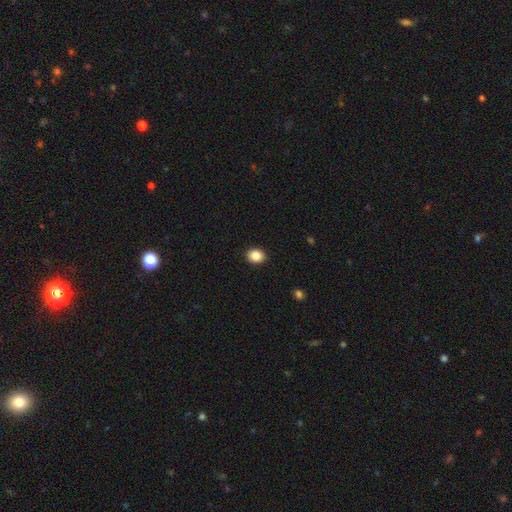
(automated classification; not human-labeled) Smooth or featured? smooth (86%)
How rounded? round (55%)
Merging? none (92%)